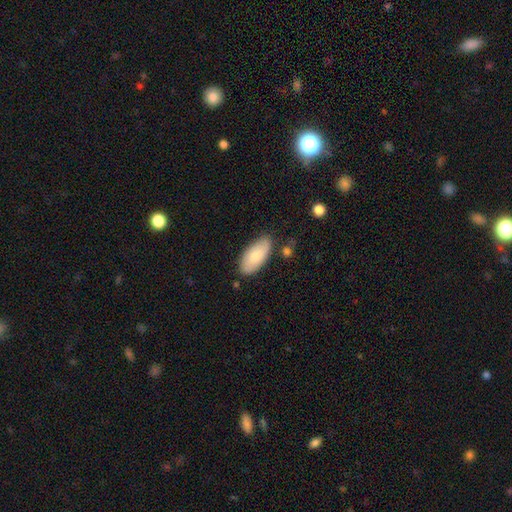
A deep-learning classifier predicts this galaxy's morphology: smooth-or-featured: smooth: 80% | featured or disk: 14% | star or artifact: 6%
  how-rounded: in between: 91% | cigar-shaped: 7% | round: 2%
  merging: none: 78% | minor disturbance: 16% | merger: 3% | major disturbance: 3%